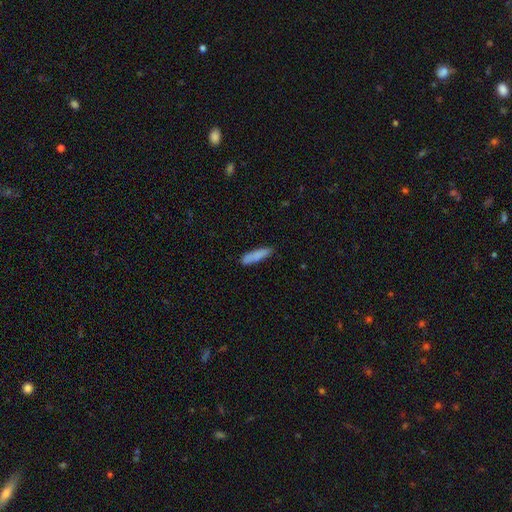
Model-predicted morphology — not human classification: Smooth or featured? smooth (84%)
How rounded? cigar-shaped (75%)
Merging? none (81%)